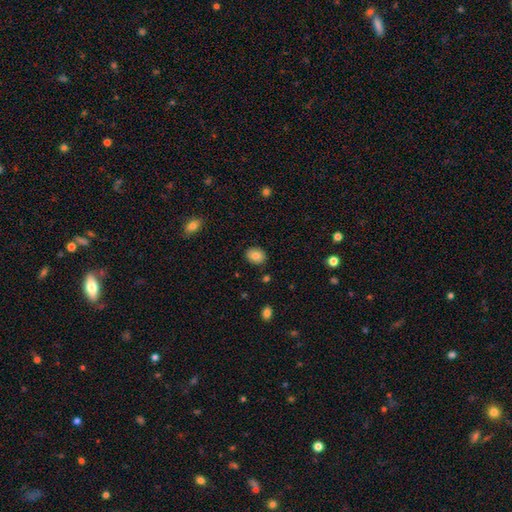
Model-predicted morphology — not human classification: A smooth galaxy with no disk features (81%) that is in between round and cigar-shaped (53%).

Vote fractions:
- Smooth or featured? smooth: 81% / featured or disk: 11% / star or artifact: 9%
- How rounded? in between: 53% / round: 46% / cigar-shaped: 1%
- Merging? none: 87% / minor disturbance: 9% / major disturbance: 2% / merger: 2%